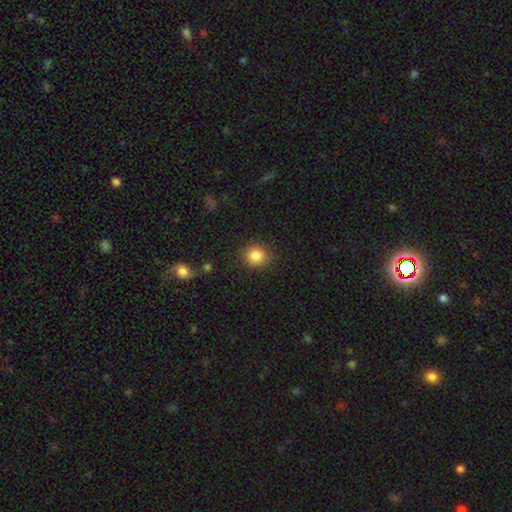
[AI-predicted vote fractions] Smooth or featured? Predicted: smooth (p=0.86). How rounded? Predicted: round (p=0.88). Merging? Predicted: none (p=0.86).